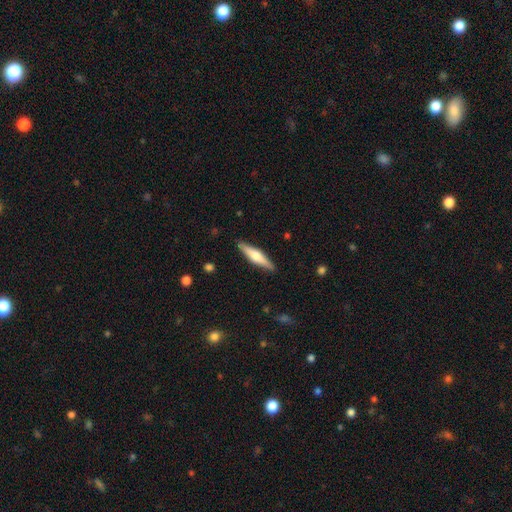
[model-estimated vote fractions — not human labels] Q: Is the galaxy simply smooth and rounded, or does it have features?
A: featured or disk — 50%.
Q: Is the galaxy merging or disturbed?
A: none — 90%.